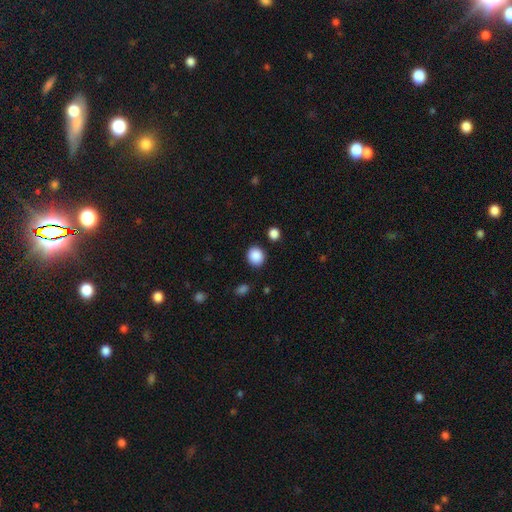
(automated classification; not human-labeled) The model was most divided on "how rounded": round: 79%, in between: 20%, cigar-shaped: 1%. More confident: smooth or featured — smooth (89%); merging — none (87%).